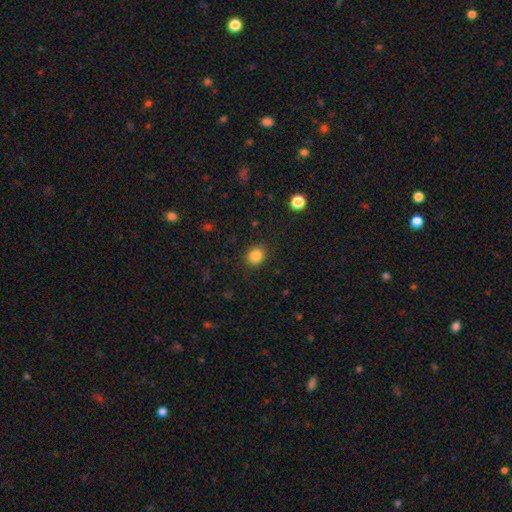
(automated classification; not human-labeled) Q: Smooth or featured?
A: smooth (85%); runner-up: star or artifact (11%)
Q: How rounded?
A: round (73%); runner-up: in between (26%)
Q: Merging?
A: none (88%); runner-up: minor disturbance (8%)